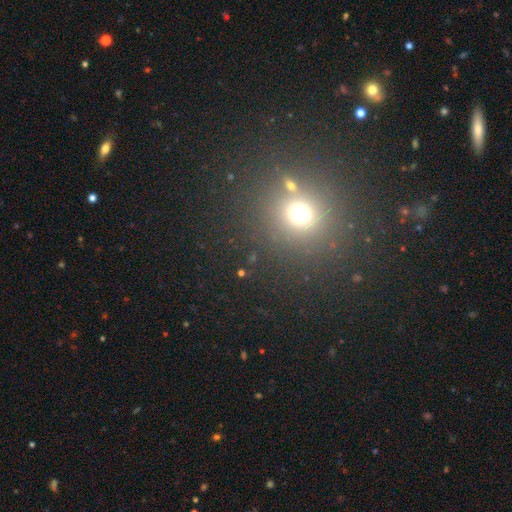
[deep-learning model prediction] This is possibly a smooth galaxy (49%). Merging: clearly none (83%).